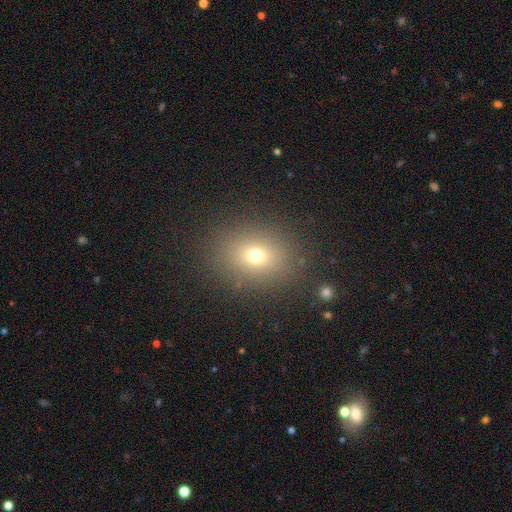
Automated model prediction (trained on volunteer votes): The model was most divided on "how rounded": in between: 50%, round: 49%, cigar-shaped: 1%. More confident: merging — none (86%); smooth or featured — smooth (70%).